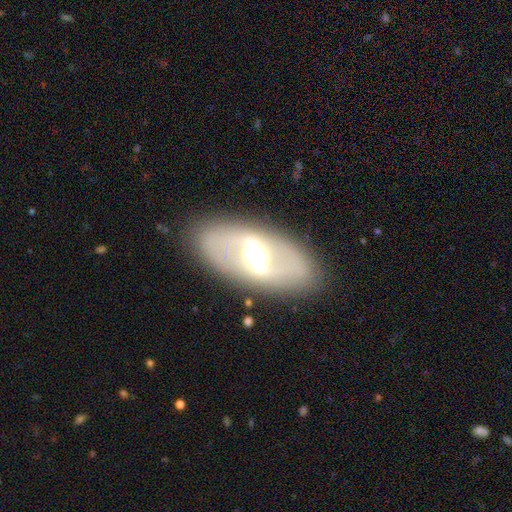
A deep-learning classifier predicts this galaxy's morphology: type=featured or disk (67%); edge-on=no (80%); bar=strong (53%); spiral arms=no (66%); bulge=moderate (51%); merging=none (83%).